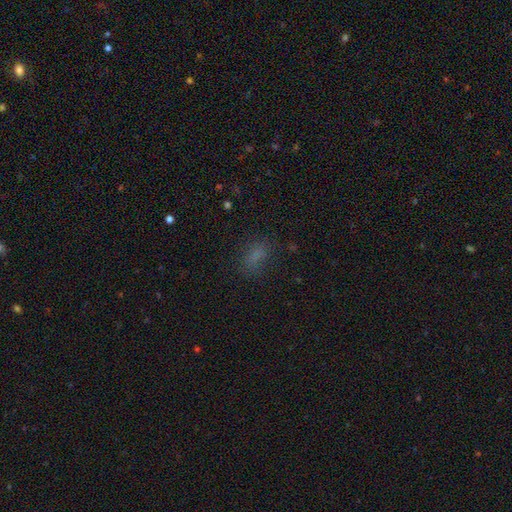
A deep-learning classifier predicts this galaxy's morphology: smooth-or-featured: smooth: 71% | star or artifact: 21% | featured or disk: 8%
  how-rounded: in between: 81% | round: 12% | cigar-shaped: 8%
  merging: none: 70% | minor disturbance: 18% | major disturbance: 10% | merger: 2%